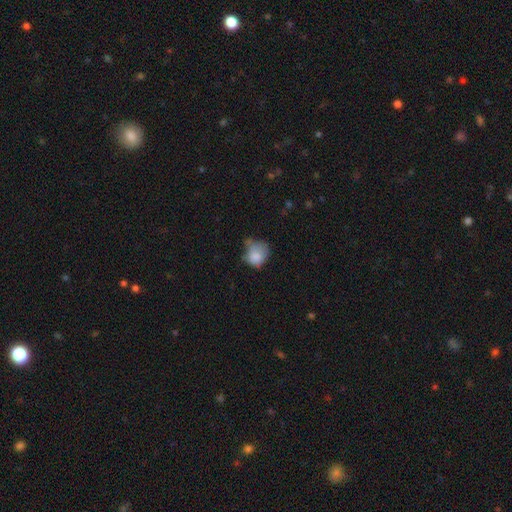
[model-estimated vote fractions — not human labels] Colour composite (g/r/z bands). It shows a smooth galaxy with no disk features (77%) that is round (62%). Merging: minor disturbance (37%).